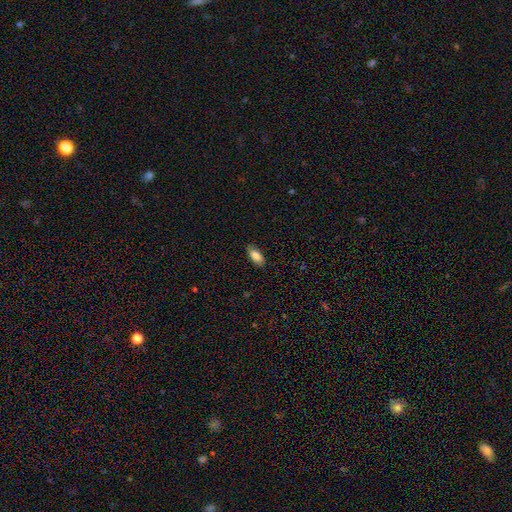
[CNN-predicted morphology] This is clearly a smooth galaxy (85%). How rounded: clearly in between (88%). Merging: clearly none (85%).